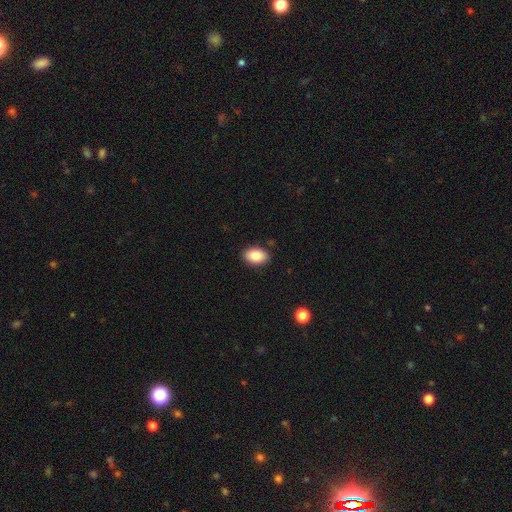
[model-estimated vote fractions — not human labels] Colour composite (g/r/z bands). It shows a smooth galaxy with no disk features (86%) that is in between round and cigar-shaped (90%). Merging: none (88%).